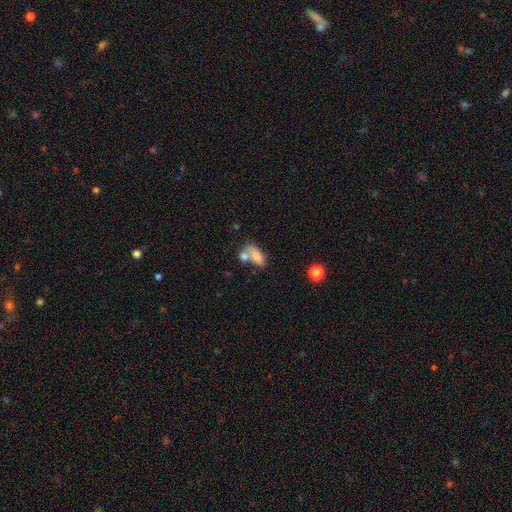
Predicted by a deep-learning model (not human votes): This is likely a smooth galaxy (74%). How rounded: clearly in between (83%). Merging: possibly merger (47%).